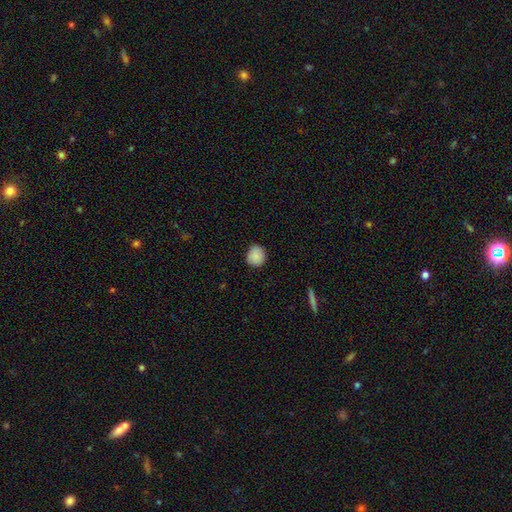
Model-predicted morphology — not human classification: This appears to be a smooth galaxy with no disk features (89%) that is round (86%). Merging: none (87%).